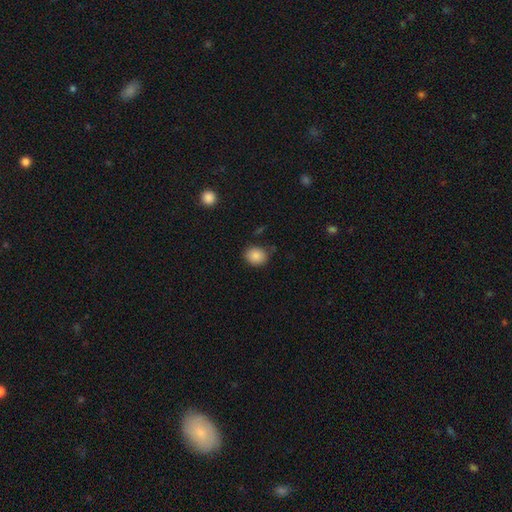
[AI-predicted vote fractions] Smooth or featured?
  - smooth: 87% *
  - star or artifact: 9%
  - featured or disk: 5%
How rounded?
  - round: 55% *
  - in between: 44%
  - cigar-shaped: 1%
Merging?
  - none: 81% *
  - minor disturbance: 13%
  - major disturbance: 3%
  - merger: 2%